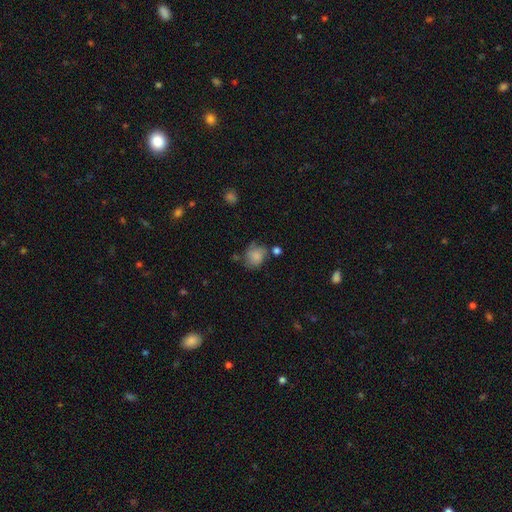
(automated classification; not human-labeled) A smooth galaxy with no disk features (81%) that is round (64%). Merging: none (56%).